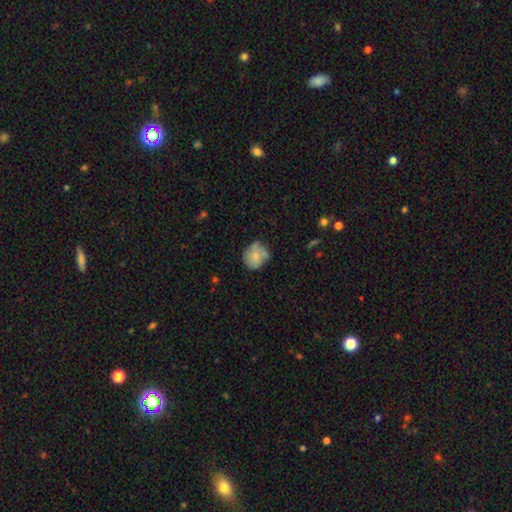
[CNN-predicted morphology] Q: Smooth or featured?
A: smooth (69%); runner-up: featured or disk (23%)
Q: How rounded?
A: round (77%); runner-up: in between (22%)
Q: Merging?
A: none (61%); runner-up: minor disturbance (27%)